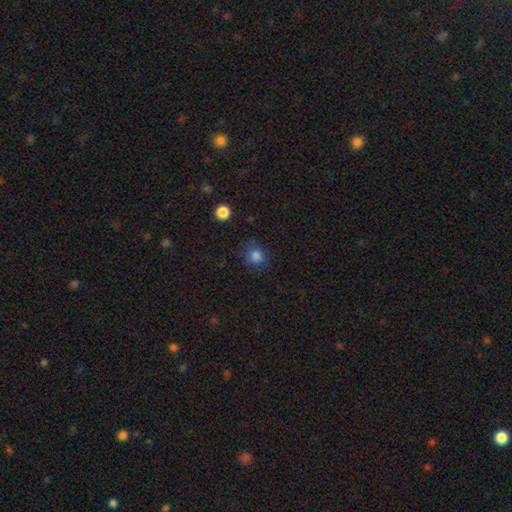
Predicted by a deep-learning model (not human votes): Smooth or featured? Predicted: smooth (p=0.82). How rounded? Predicted: round (p=0.84). Merging? Predicted: none (p=0.77).